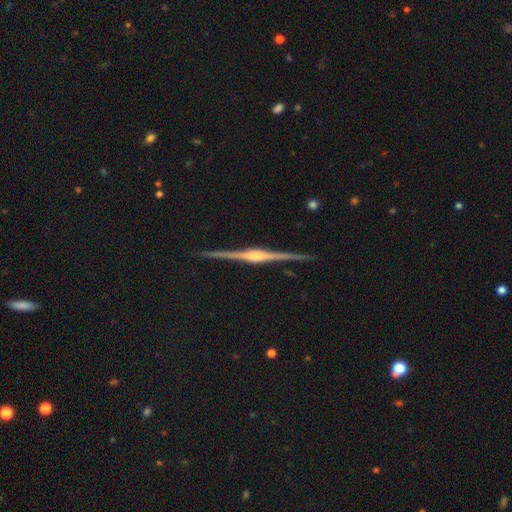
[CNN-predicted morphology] type=featured or disk (90%); edge-on=yes (99%); edge-on bulge=rounded (74%); merging=none (92%).